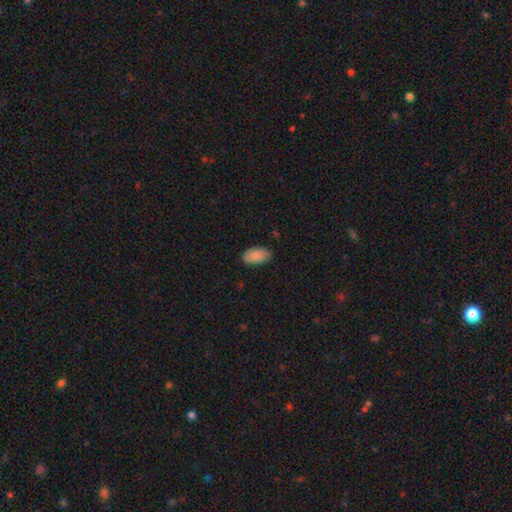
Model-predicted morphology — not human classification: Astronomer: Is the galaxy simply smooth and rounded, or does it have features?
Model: smooth — 88%.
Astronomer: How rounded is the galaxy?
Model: in between — 94%.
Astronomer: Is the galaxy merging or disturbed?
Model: none — 83%.